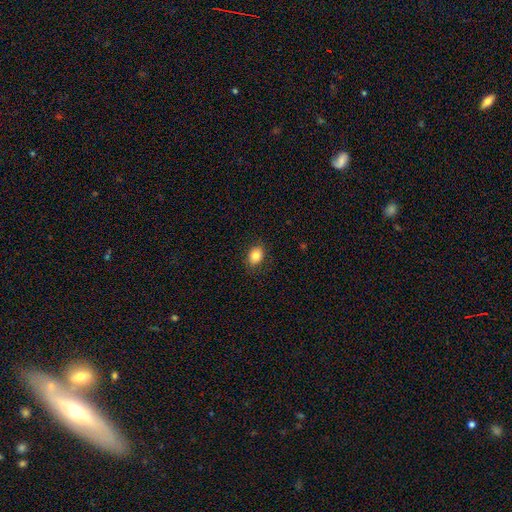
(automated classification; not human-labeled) The model was most divided on "how rounded": in between: 65%, round: 34%, cigar-shaped: 1%. More confident: merging — none (86%); smooth or featured — smooth (84%).